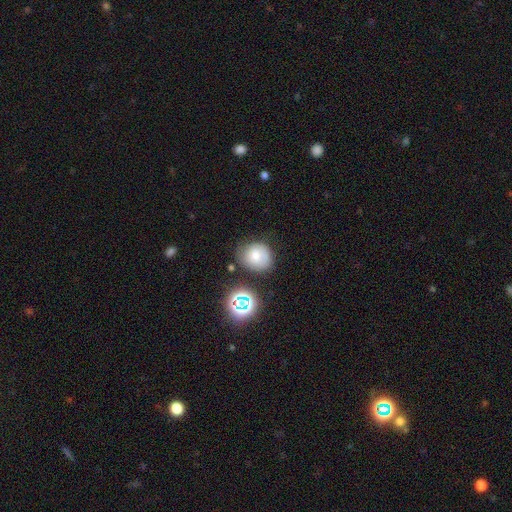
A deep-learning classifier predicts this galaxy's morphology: This appears to be a smooth galaxy with no disk features (64%) that is round (73%). Merging: none (62%).